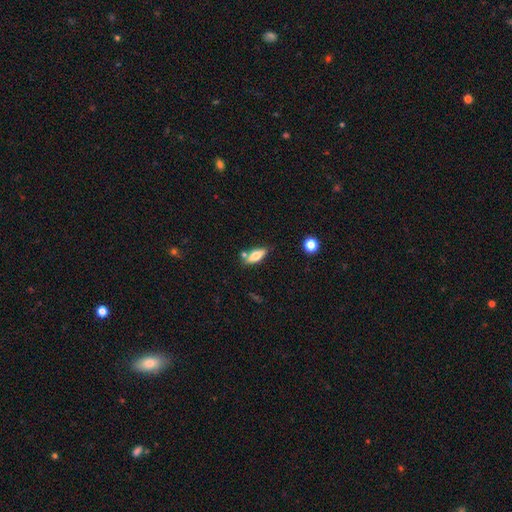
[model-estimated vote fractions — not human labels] This appears to be a smooth galaxy with no disk features (69%) that is in between round and cigar-shaped (68%). Merging: none (67%).